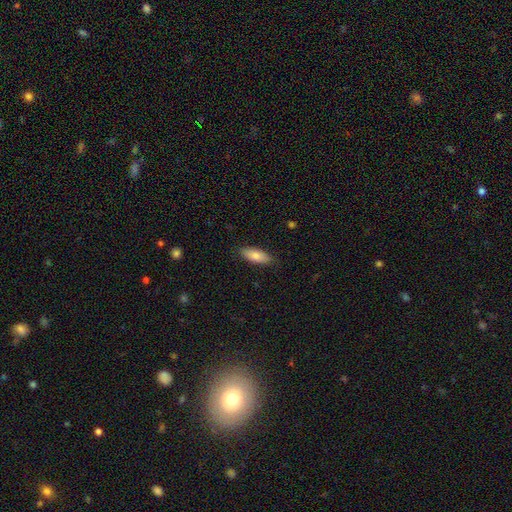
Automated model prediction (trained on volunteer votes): Smooth or featured: smooth — 80% (featured or disk — 13%)
How rounded: in between — 75% (cigar-shaped — 23%)
Merging: none — 86% (minor disturbance — 11%)